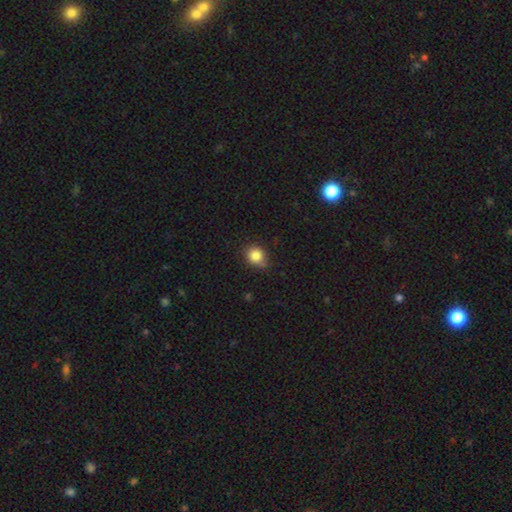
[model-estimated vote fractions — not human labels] Smooth or featured? Predicted: smooth (p=0.83). How rounded? Predicted: round (p=0.75). Merging? Predicted: none (p=0.70).